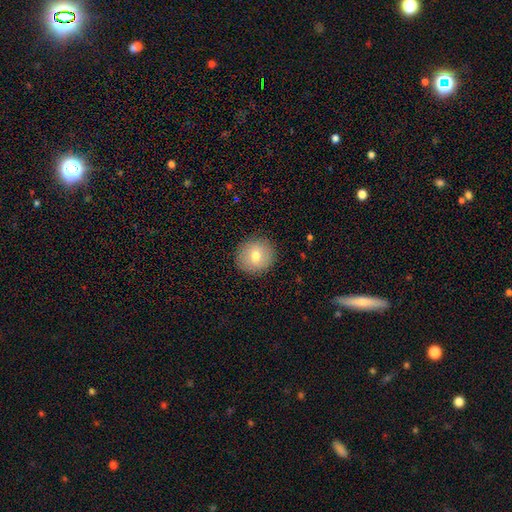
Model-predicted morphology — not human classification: Smooth or featured: smooth — 75% (featured or disk — 16%)
How rounded: round — 89% (in between — 10%)
Merging: none — 90% (minor disturbance — 7%)